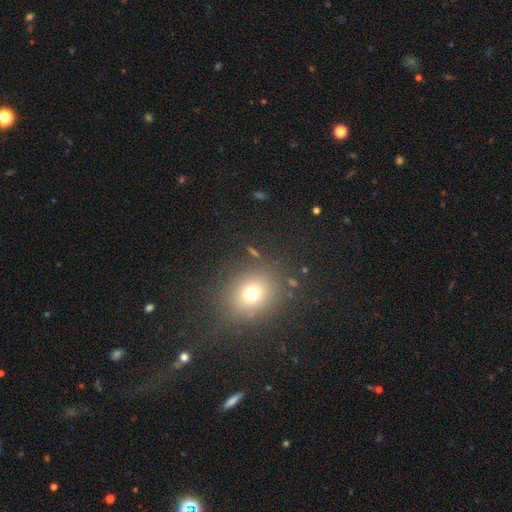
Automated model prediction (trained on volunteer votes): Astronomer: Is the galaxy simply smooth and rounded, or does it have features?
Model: smooth — 62%.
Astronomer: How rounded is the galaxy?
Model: round — 74%.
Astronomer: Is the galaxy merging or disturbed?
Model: none — 84%.